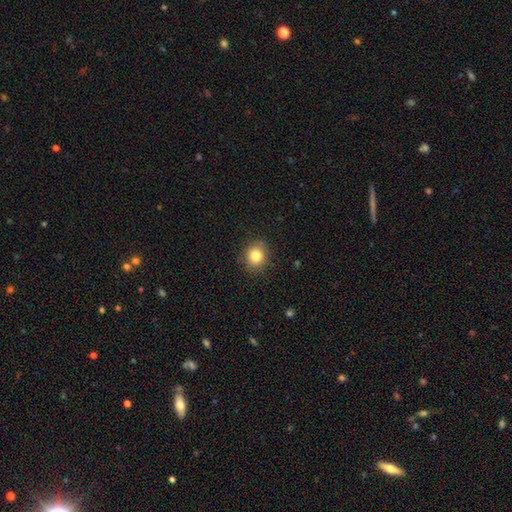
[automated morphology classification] Smooth or featured? smooth (82%)
How rounded? round (84%)
Merging? none (88%)